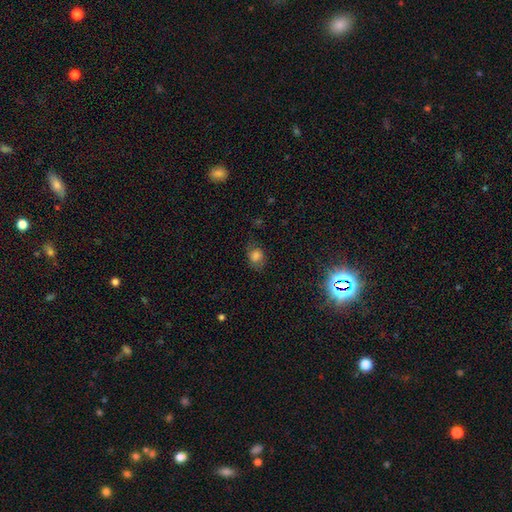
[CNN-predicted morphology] smooth_or_featured: smooth (p=0.73) [alt: star or artifact p=0.15]
how_rounded: in between (p=0.51) [alt: round p=0.48]
merging: none (p=0.66) [alt: minor disturbance p=0.23]